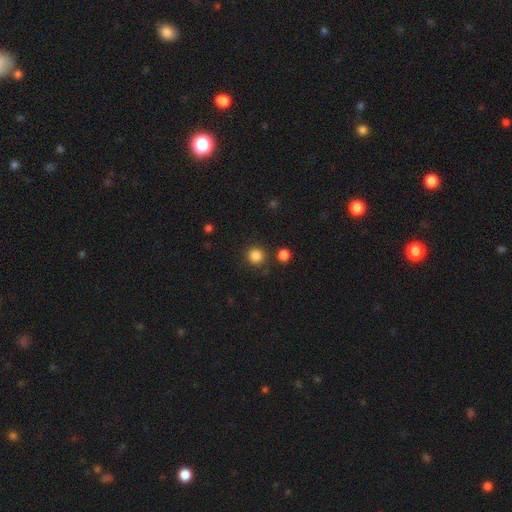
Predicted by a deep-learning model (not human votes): Overall: smooth (85%). How rounded: round (94%). Merging: none (87%).